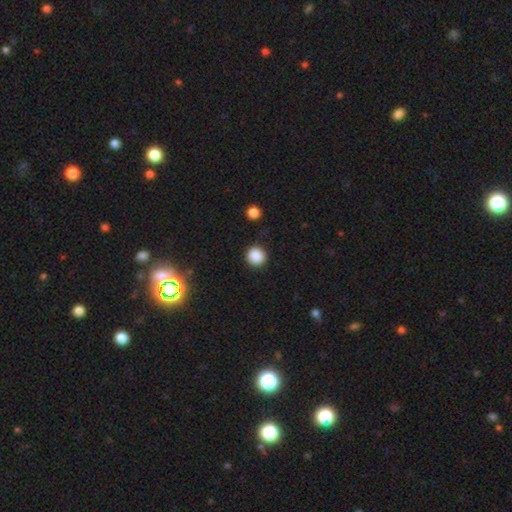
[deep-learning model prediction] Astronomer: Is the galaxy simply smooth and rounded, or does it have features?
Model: smooth — 87%.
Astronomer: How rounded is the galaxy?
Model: round — 91%.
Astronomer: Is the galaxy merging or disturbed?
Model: none — 89%.